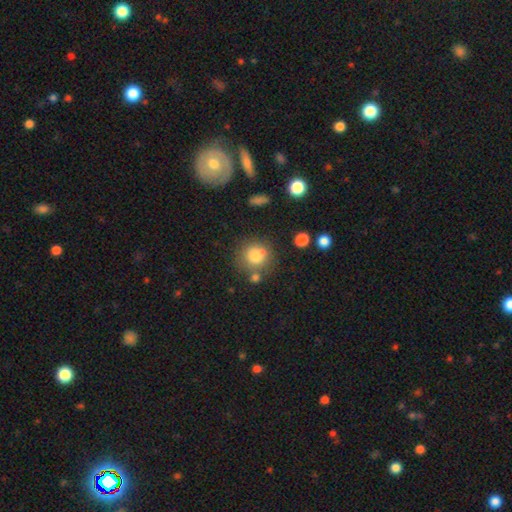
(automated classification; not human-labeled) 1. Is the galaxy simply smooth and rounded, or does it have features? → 79% smooth, 11% star or artifact, 10% featured or disk.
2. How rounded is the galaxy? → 88% round, 11% in between, 1% cigar-shaped.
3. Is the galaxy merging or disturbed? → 64% none, 16% merger, 14% minor disturbance, 5% major disturbance.